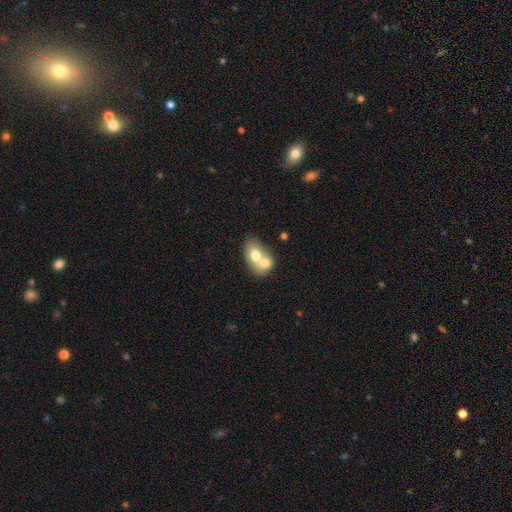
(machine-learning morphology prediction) Overall: smooth (66%; featured or disk 27%). How rounded: in between (70%). Merging: merger (69%).